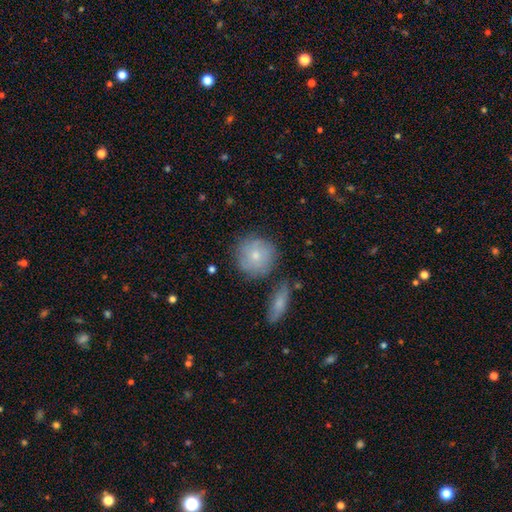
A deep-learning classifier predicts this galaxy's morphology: This is likely a smooth galaxy (67%). How rounded: clearly round (92%). Merging: likely none (75%).